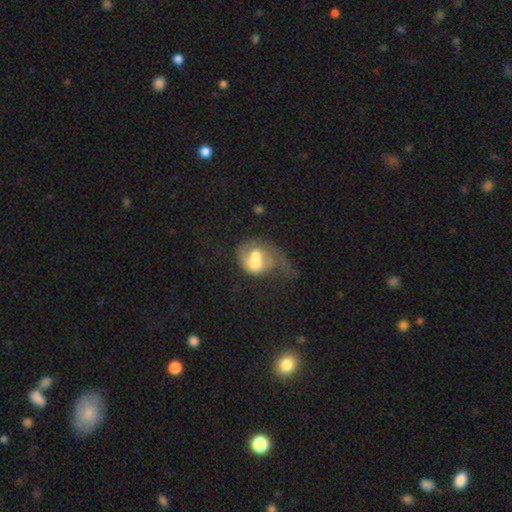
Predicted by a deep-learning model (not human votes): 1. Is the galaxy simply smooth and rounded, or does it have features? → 52% smooth, 39% featured or disk, 9% star or artifact.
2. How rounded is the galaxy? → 51% round, 48% in between, 1% cigar-shaped.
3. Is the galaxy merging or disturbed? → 54% merger, 25% major disturbance, 11% none, 9% minor disturbance.